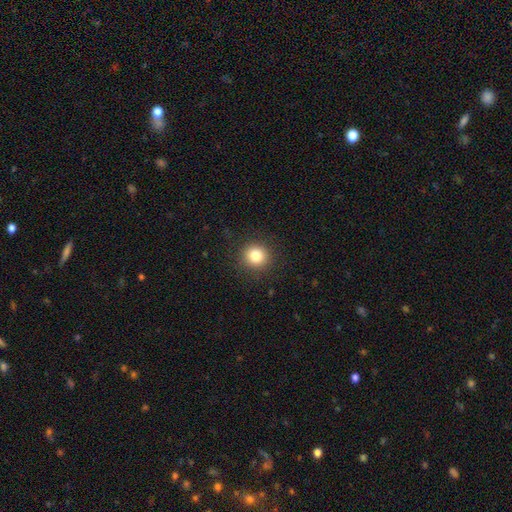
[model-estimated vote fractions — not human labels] A smooth galaxy with no disk features (83%) that is round (92%).

Vote fractions:
- Smooth or featured? smooth: 83% / star or artifact: 11% / featured or disk: 6%
- How rounded? round: 92% / in between: 7% / cigar-shaped: 1%
- Merging? none: 90% / minor disturbance: 6% / major disturbance: 2% / merger: 1%